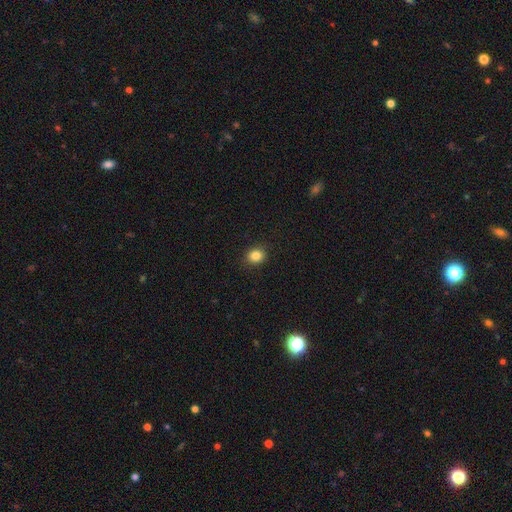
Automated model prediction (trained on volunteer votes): This appears to be a smooth galaxy with no disk features (84%) that is round (71%). Merging: none (90%).